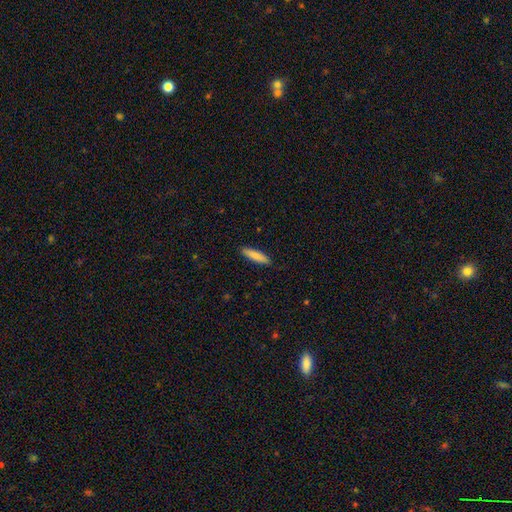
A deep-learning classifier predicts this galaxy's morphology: Smooth or featured?
  - smooth: 85% *
  - featured or disk: 9%
  - star or artifact: 6%
How rounded?
  - cigar-shaped: 80% *
  - in between: 19%
  - round: 1%
Merging?
  - none: 90% *
  - minor disturbance: 7%
  - major disturbance: 2%
  - merger: 1%